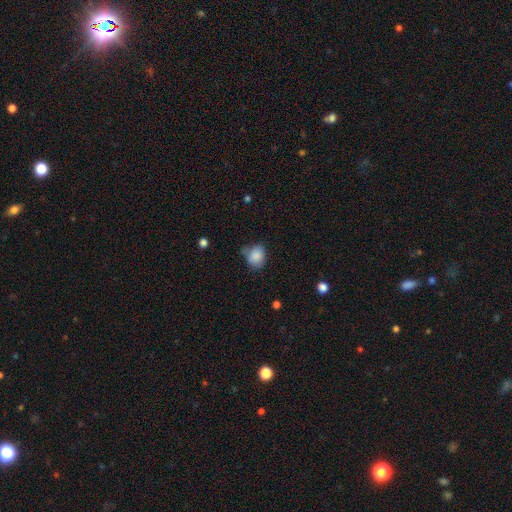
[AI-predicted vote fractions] The model was most divided on "how rounded": round: 55%, in between: 44%, cigar-shaped: 1%. More confident: smooth or featured — smooth (86%); merging — none (58%).